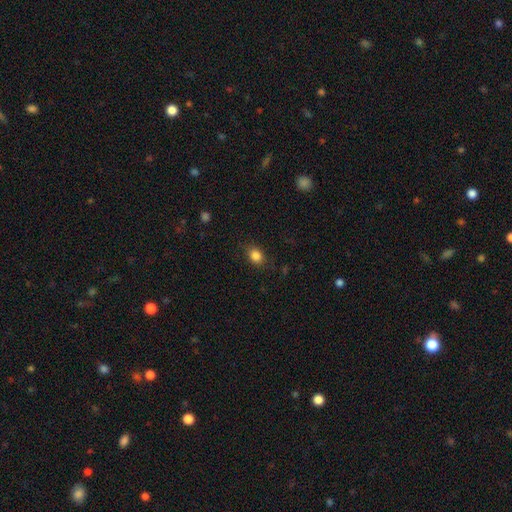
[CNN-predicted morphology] Smooth or featured: smooth — 85% (star or artifact — 10%)
How rounded: in between — 55% (round — 44%)
Merging: none — 81% (minor disturbance — 14%)